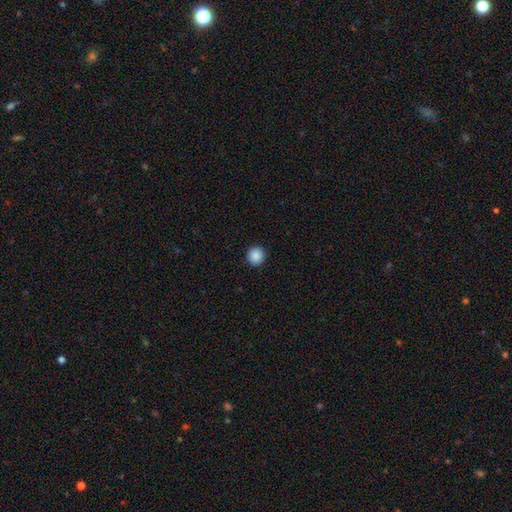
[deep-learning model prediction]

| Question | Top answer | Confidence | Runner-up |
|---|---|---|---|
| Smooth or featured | smooth | 89% | star or artifact (9%) |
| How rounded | round | 94% | in between (5%) |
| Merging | none | 93% | minor disturbance (5%) |